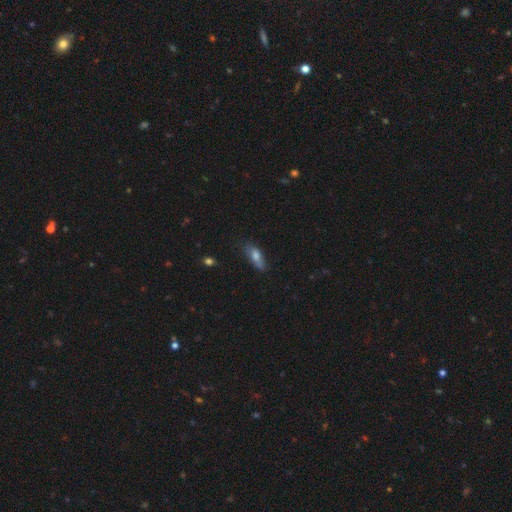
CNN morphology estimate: A smooth galaxy with no disk features (70%) that is in between round and cigar-shaped (62%). Merging: none (59%).